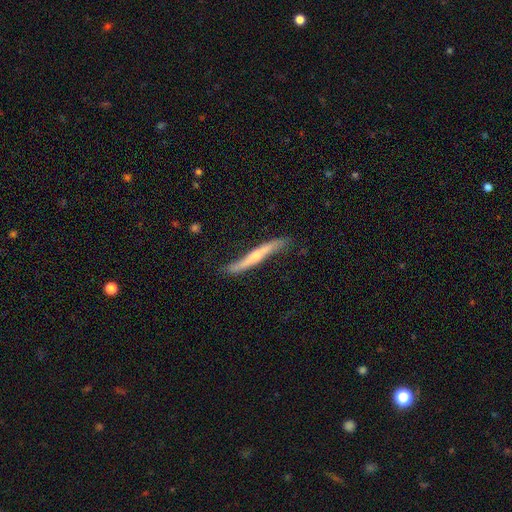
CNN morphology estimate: The model was most divided on "merging": none: 67%, minor disturbance: 25%, major disturbance: 6%, merger: 2%. More confident: edge-on disk — yes (82%); edge-on bulge — rounded (72%); smooth or featured — featured or disk (69%).